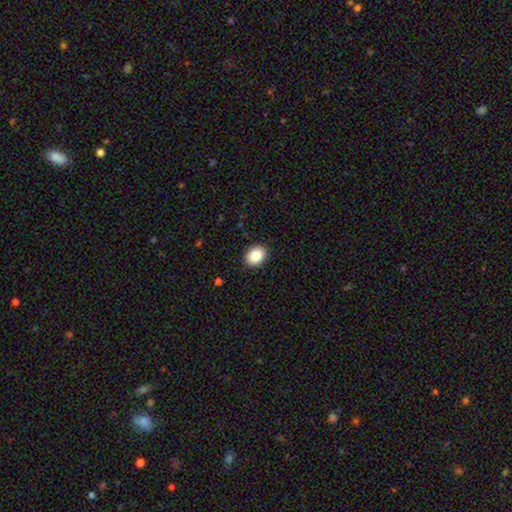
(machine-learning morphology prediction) Smooth or featured: smooth — 88% (star or artifact — 8%)
How rounded: in between — 61% (round — 38%)
Merging: none — 90% (minor disturbance — 7%)